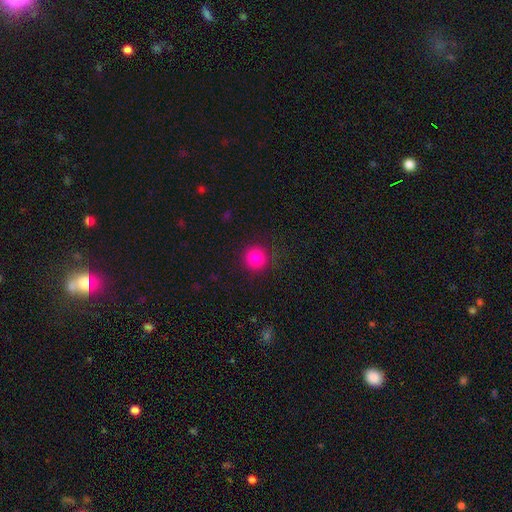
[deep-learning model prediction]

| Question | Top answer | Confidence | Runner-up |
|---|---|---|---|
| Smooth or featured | smooth | 83% | star or artifact (13%) |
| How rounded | round | 94% | in between (5%) |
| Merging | none | 90% | minor disturbance (6%) |